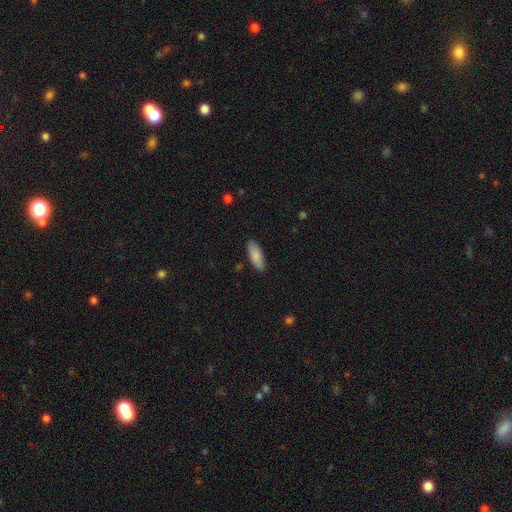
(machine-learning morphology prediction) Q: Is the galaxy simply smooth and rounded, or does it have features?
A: smooth — 87%.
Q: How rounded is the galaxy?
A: in between — 71%.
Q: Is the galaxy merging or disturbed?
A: none — 87%.